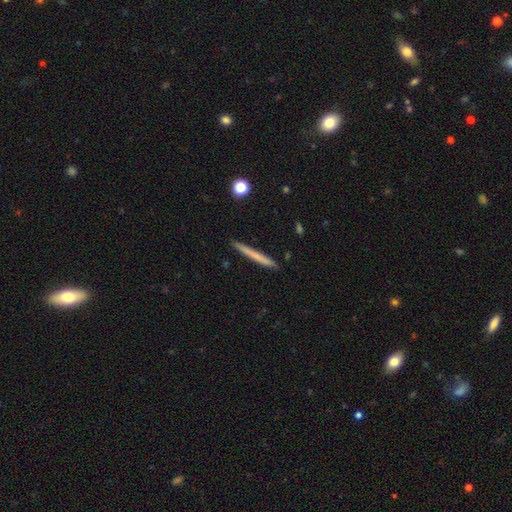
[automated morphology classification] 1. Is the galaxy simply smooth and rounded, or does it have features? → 62% smooth, 32% featured or disk, 6% star or artifact.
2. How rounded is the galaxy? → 97% cigar-shaped, 2% in between, 1% round.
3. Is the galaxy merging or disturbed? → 90% none, 7% minor disturbance, 1% major disturbance, 1% merger.